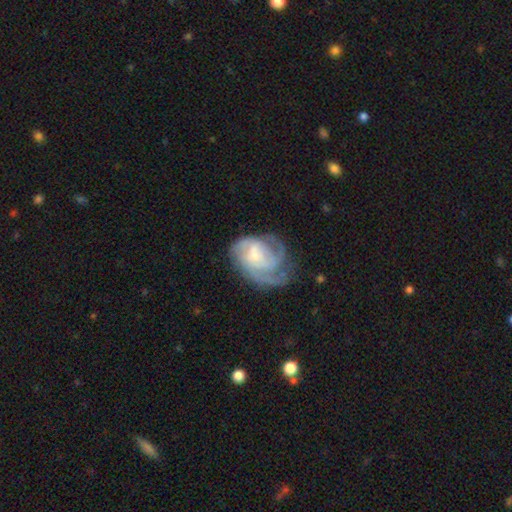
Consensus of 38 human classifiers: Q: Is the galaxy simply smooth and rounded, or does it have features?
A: featured or disk — 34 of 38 (89%).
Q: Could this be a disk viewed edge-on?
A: no — 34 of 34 (100%).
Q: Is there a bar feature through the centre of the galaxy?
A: no — 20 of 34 (59%).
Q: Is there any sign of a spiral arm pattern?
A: yes — 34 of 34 (100%).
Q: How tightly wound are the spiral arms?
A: tight — 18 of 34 (53%).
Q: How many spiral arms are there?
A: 3 — 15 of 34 (44%).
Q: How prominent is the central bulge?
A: small — 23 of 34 (68%).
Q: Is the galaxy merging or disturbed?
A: none — 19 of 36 (53%).